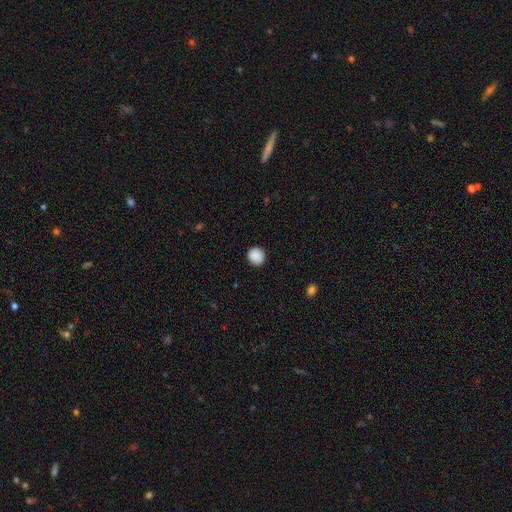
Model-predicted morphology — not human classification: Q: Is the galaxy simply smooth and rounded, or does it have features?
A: smooth — 89%.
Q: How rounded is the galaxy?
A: round — 88%.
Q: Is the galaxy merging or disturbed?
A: none — 89%.